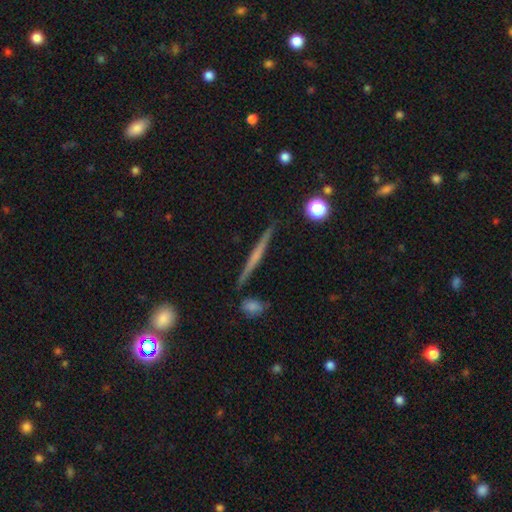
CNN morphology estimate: Smooth or featured?
  - featured or disk: 63% *
  - smooth: 30%
  - star or artifact: 7%
Edge-on disk?
  - yes: 98% *
  - no: 2%
Edge-on bulge?
  - none: 59% *
  - rounded: 32%
  - boxy: 10%
Merging?
  - none: 90% *
  - minor disturbance: 7%
  - merger: 2%
  - major disturbance: 2%